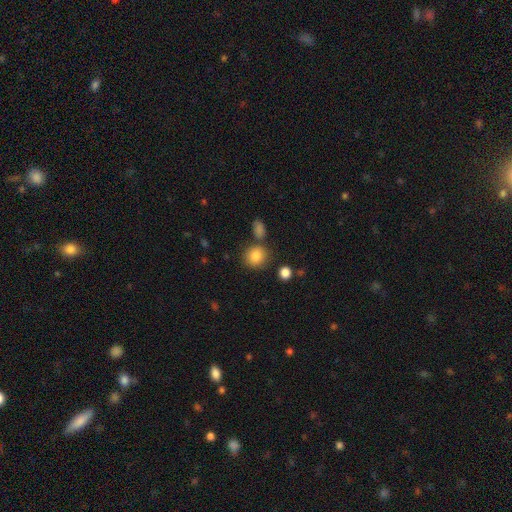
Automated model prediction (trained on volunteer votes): The model was most divided on "how rounded": round: 82%, in between: 17%, cigar-shaped: 1%. More confident: smooth or featured — smooth (85%); merging — none (76%).